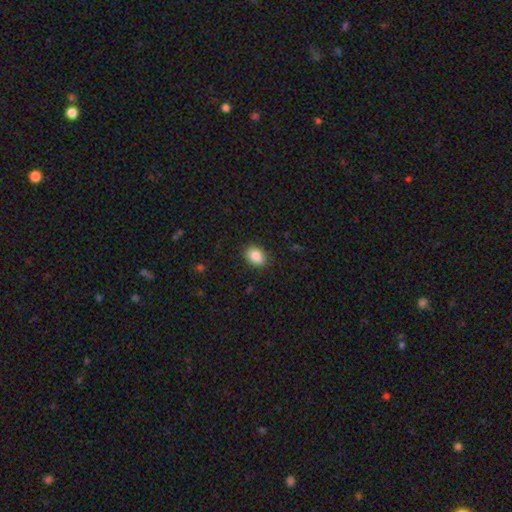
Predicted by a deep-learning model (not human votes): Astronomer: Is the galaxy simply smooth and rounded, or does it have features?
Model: smooth — 87%.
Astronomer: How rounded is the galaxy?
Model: in between — 69%.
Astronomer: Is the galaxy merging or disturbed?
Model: none — 88%.